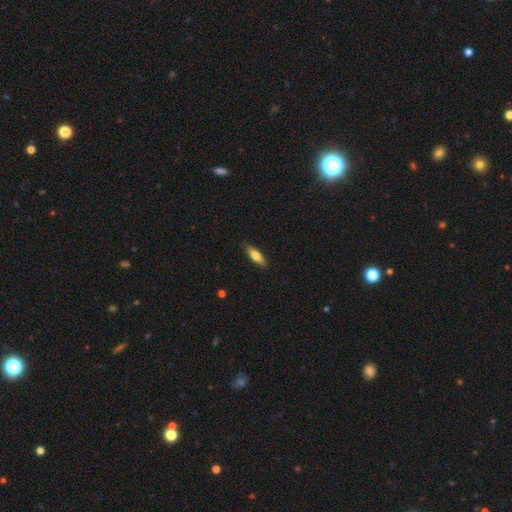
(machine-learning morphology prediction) This appears to be a smooth galaxy with no disk features (73%) that is in between round and cigar-shaped (57%). Merging: none (87%).